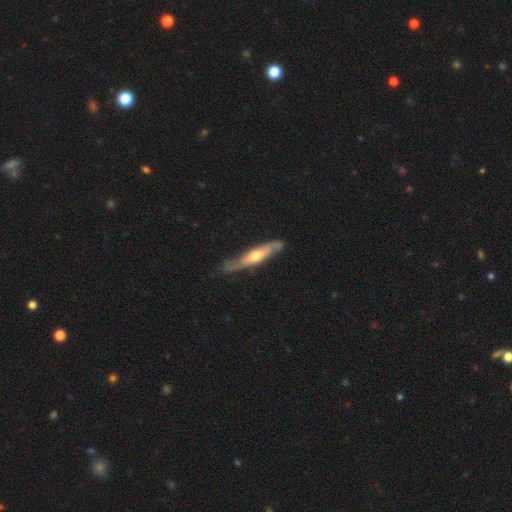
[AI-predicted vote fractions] Smooth or featured? Predicted: featured or disk (p=0.59). Edge-on disk? Predicted: yes (p=0.72). Merging? Predicted: none (p=0.69).